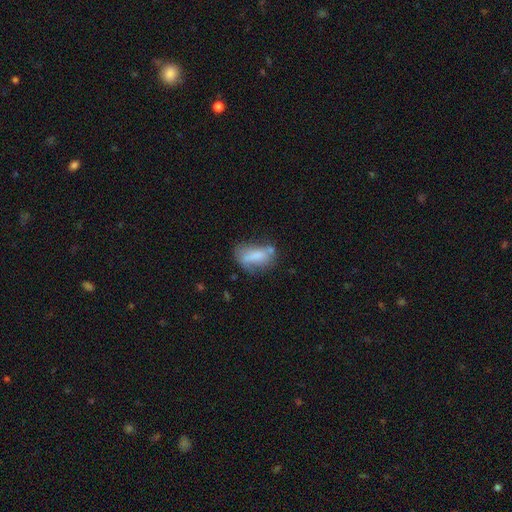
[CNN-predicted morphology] This is likely a smooth galaxy (66%). How rounded: clearly in between (81%). Merging: marginally none (38%).